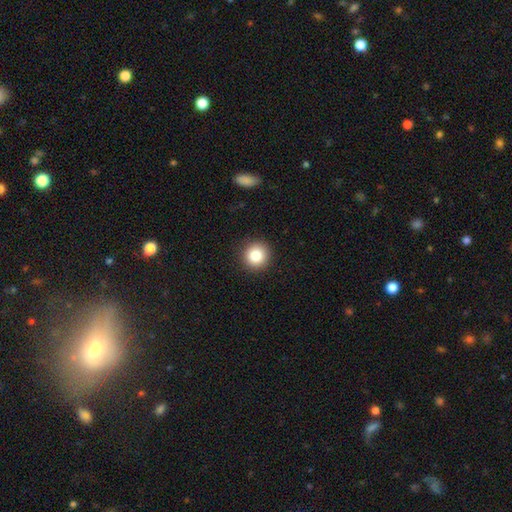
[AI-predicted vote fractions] This is clearly a smooth galaxy (84%). How rounded: clearly round (94%). Merging: clearly none (91%).